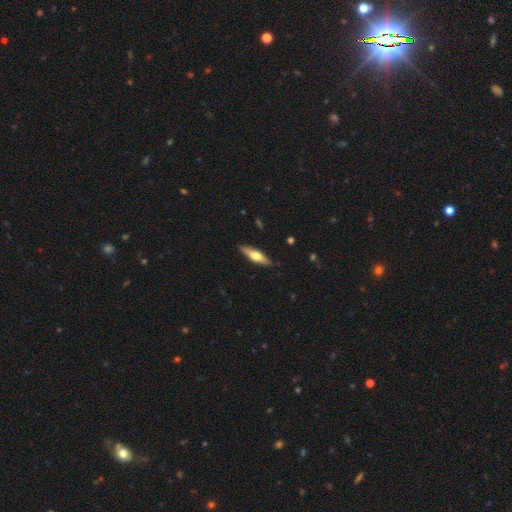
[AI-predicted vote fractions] Smooth or featured?
  - smooth: 50% *
  - featured or disk: 44%
  - star or artifact: 5%
How rounded?
  - cigar-shaped: 67% *
  - in between: 31%
  - round: 2%
Merging?
  - none: 89% *
  - minor disturbance: 8%
  - major disturbance: 2%
  - merger: 1%